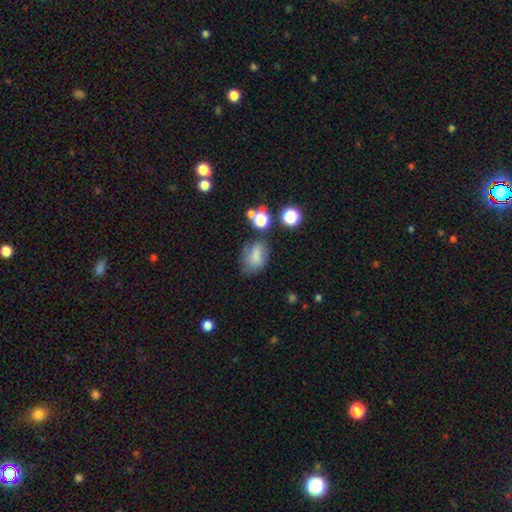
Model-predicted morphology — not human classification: This is likely a smooth galaxy (73%). How rounded: likely in between (74%). Merging: possibly none (48%).